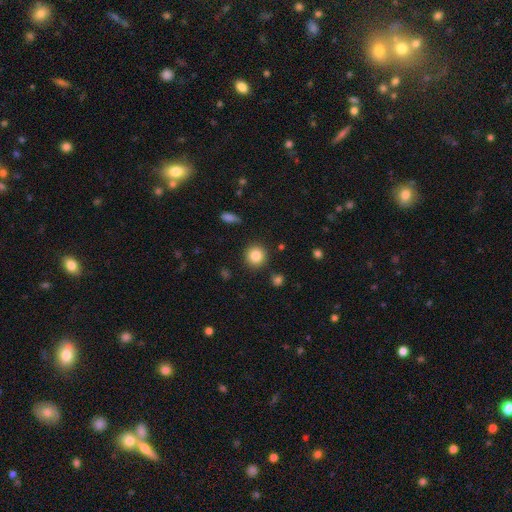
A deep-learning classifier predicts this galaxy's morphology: Overall: smooth (84%). How rounded: round (92%). Merging: none (89%).